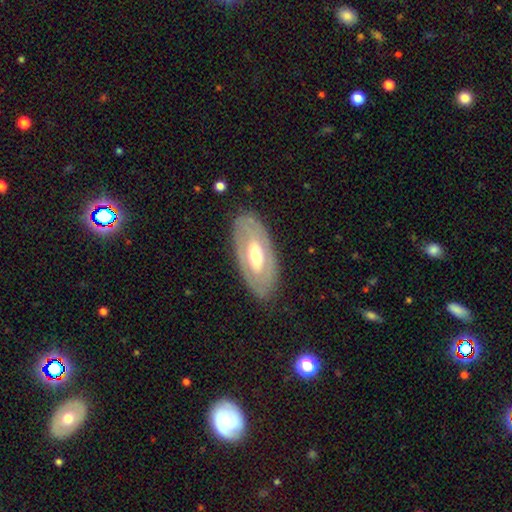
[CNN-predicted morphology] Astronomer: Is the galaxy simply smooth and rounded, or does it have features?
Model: featured or disk — 63%.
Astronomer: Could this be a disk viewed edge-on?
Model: no — 85%.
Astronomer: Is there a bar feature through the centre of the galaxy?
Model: no — 65%.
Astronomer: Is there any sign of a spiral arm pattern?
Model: no — 76%.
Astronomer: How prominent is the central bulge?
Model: moderate — 68%.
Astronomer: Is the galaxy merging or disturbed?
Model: none — 83%.